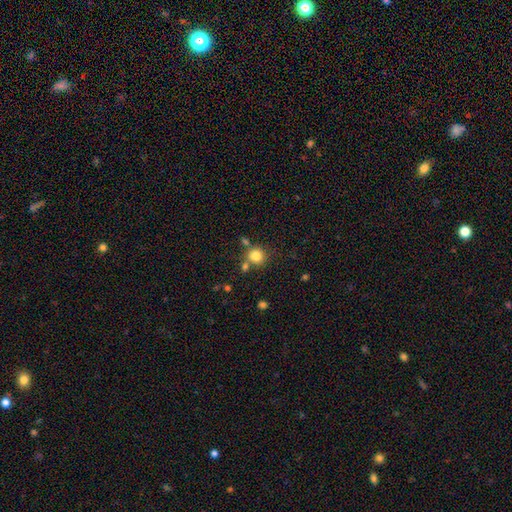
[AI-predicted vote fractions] Q: Smooth or featured?
A: smooth (82%); runner-up: star or artifact (11%)
Q: How rounded?
A: round (86%); runner-up: in between (13%)
Q: Merging?
A: none (64%); runner-up: merger (19%)